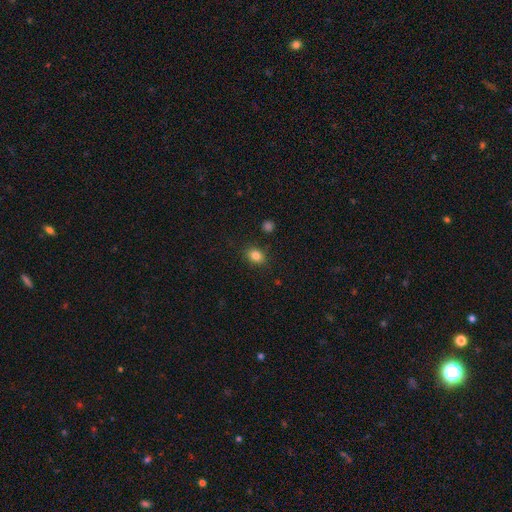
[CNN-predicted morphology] smooth 84%, star or artifact 10%, featured or disk 6%. Down the decision tree: how rounded — in between (60%); merging — none (86%).